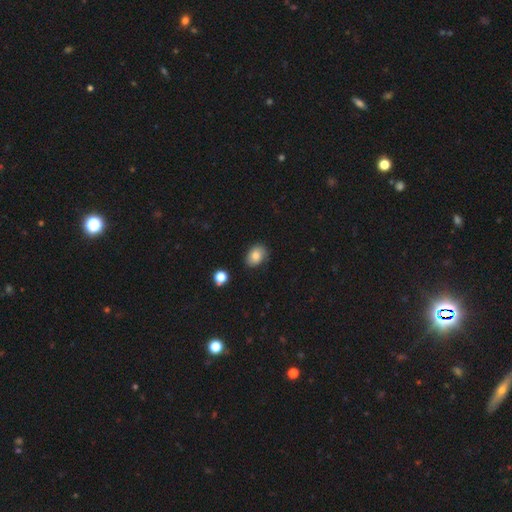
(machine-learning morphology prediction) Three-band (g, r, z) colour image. It shows a smooth galaxy with no disk features (76%) that is in between round and cigar-shaped (68%). Merging: none (71%).